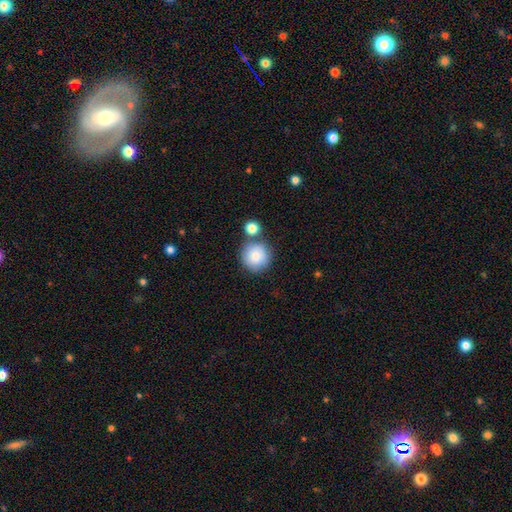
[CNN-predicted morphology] Smooth or featured? smooth (82%)
How rounded? round (94%)
Merging? none (69%)